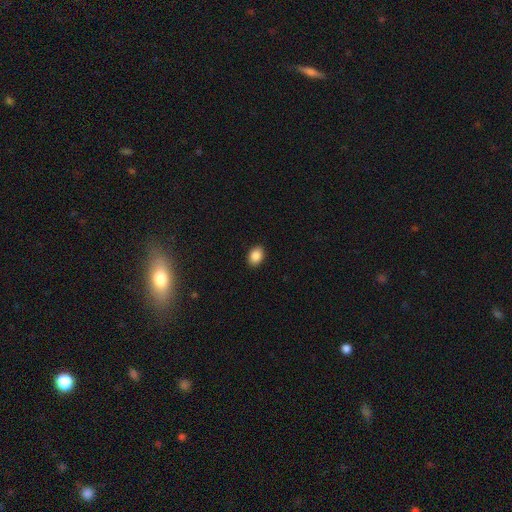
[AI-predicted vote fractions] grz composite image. It shows a smooth galaxy with no disk features (88%) that is in between round and cigar-shaped (75%). Merging: none (90%).